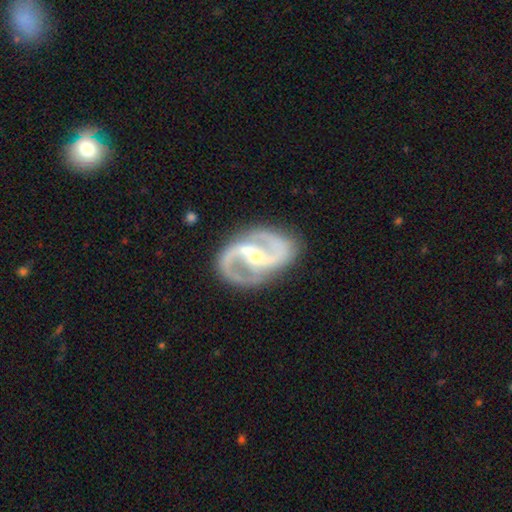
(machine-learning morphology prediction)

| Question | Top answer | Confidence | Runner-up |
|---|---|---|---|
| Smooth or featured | featured or disk | 92% | star or artifact (4%) |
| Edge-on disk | no | 98% | yes (2%) |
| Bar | strong | 45% | weak (33%) |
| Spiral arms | yes | 98% | no (2%) |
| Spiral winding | medium | 63% | tight (20%) |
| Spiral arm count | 2 | 93% | 3 (2%) |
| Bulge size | small | 65% | moderate (32%) |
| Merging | none | 81% | minor disturbance (13%) |